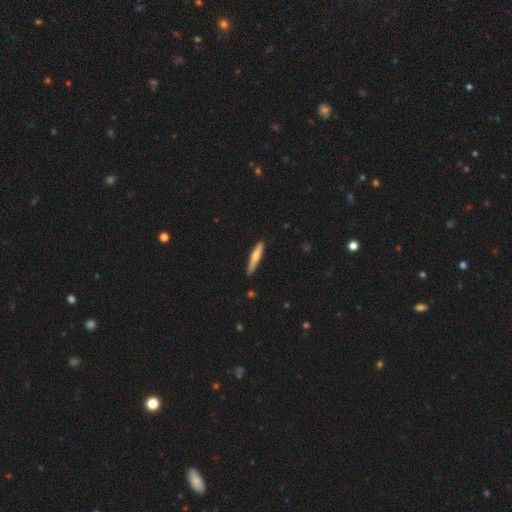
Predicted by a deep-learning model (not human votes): The model was most divided on "smooth or featured": smooth: 62%, featured or disk: 33%, star or artifact: 5%. More confident: how rounded — cigar-shaped (90%); merging — none (86%).